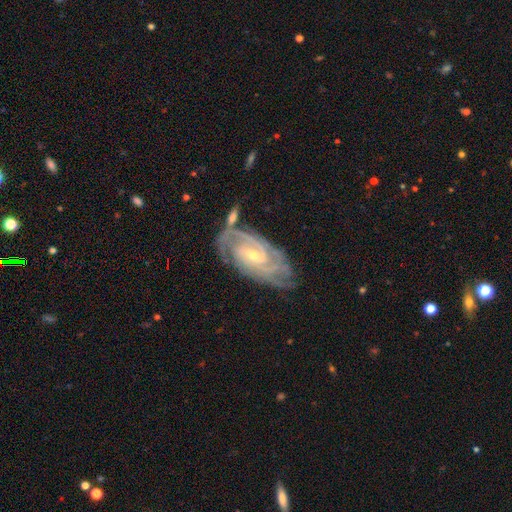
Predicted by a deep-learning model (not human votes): smooth_or_featured: featured or disk (p=0.86) [alt: smooth p=0.07]
disk_edge_on: no (p=0.95) [alt: yes p=0.05]
bar: weak (p=0.47) [alt: no p=0.36]
has_spiral_arms: yes (p=0.96) [alt: no p=0.04]
spiral_winding: tight (p=0.69) [alt: medium p=0.26]
spiral_arm_count: 2 (p=0.31) [alt: can't tell p=0.28]
bulge_size: small (p=0.64) [alt: moderate p=0.32]
merging: none (p=0.66) [alt: minor disturbance p=0.19]